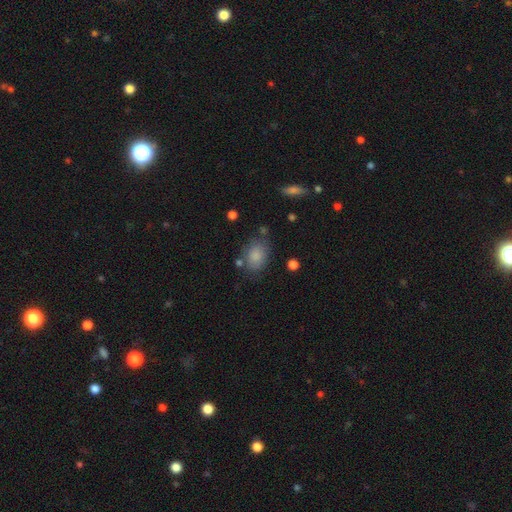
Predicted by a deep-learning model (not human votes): The model was most divided on "how rounded": in between: 73%, round: 25%, cigar-shaped: 1%. More confident: smooth or featured — smooth (85%); merging — none (72%).